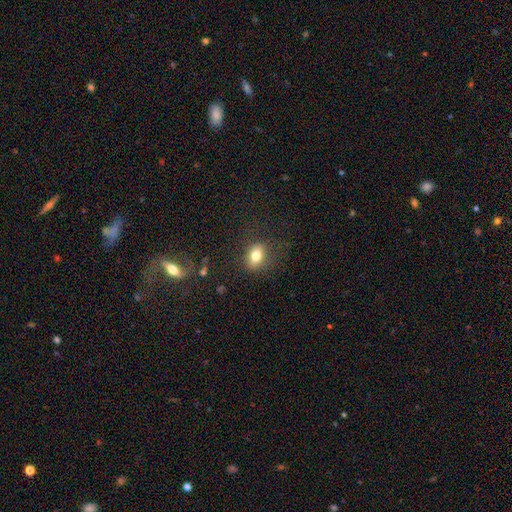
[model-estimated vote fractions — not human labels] A smooth galaxy with no disk features (79%) that is in between round and cigar-shaped (72%).

Vote fractions:
- Smooth or featured? smooth: 79% / featured or disk: 11% / star or artifact: 11%
- How rounded? in between: 72% / round: 26% / cigar-shaped: 2%
- Merging? none: 76% / minor disturbance: 16% / major disturbance: 7% / merger: 1%